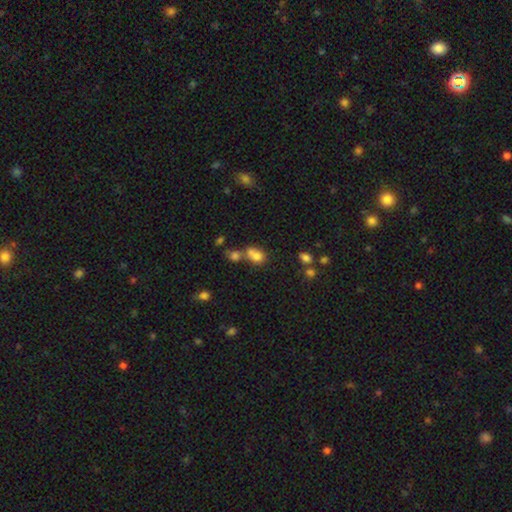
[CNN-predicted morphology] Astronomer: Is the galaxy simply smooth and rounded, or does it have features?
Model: smooth — 73%.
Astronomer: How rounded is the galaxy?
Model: round — 56% (runner-up: in between, 42%).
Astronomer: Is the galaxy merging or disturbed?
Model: merger — 57%.